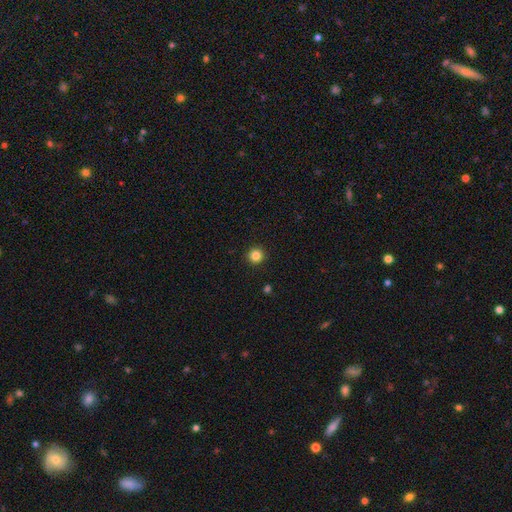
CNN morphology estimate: Overall: smooth (85%). How rounded: round (95%). Merging: none (93%).